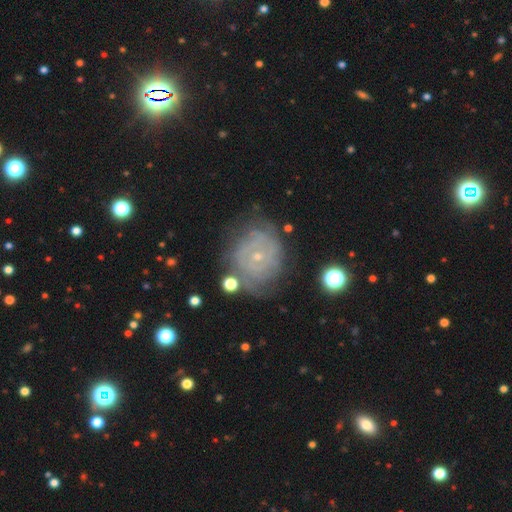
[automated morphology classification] This is likely a featured or disk galaxy (71%). It is clearly not viewed edge-on (97%). Bar: likely no (75%). Spiral arm pattern: clearly yes (86%). Spiral arm count: possibly can't tell (50%). Spiral winding: likely tight (75%). Central bulge: clearly small (83%). Merging: likely none (72%).